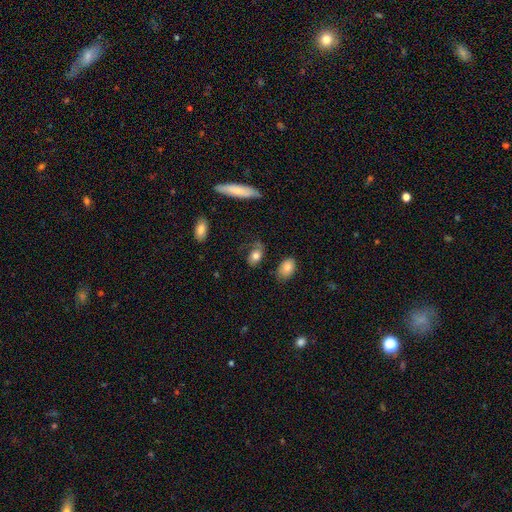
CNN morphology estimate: type=smooth (64%); roundness=in between (84%); merging=none (53%).